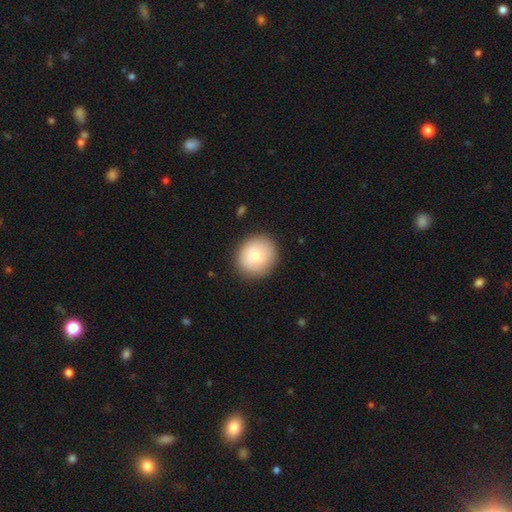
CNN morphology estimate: The model was most divided on "smooth or featured": smooth: 77%, featured or disk: 16%, star or artifact: 7%. More confident: merging — none (87%); how rounded — round (85%).